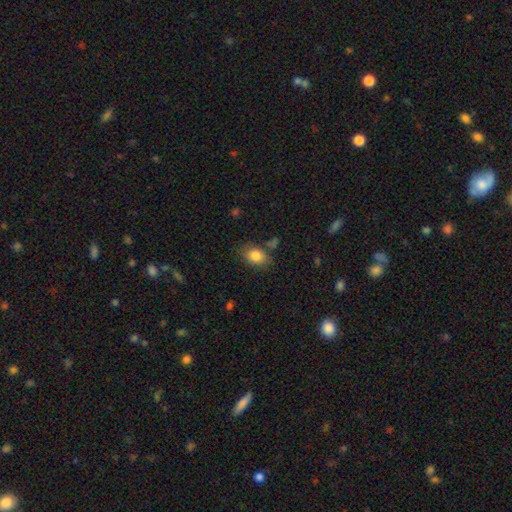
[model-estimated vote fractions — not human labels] smooth-or-featured: smooth: 84% | star or artifact: 9% | featured or disk: 8%
  how-rounded: in between: 73% | round: 26% | cigar-shaped: 1%
  merging: none: 72% | minor disturbance: 17% | merger: 6% | major disturbance: 5%